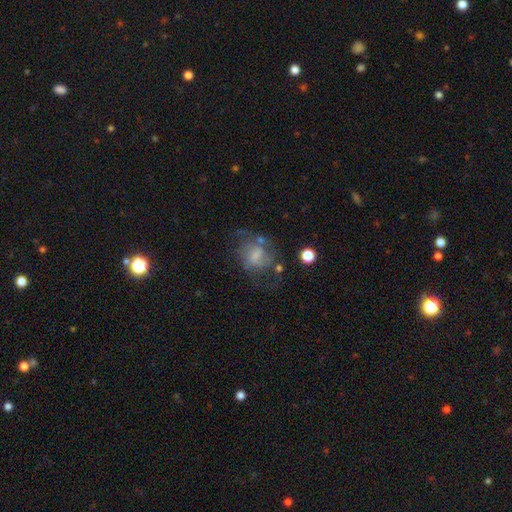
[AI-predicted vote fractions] Morphology: type=featured or disk (48%); merging=none (38%).